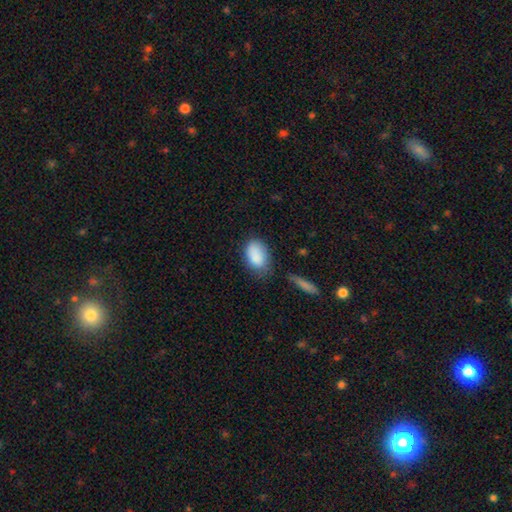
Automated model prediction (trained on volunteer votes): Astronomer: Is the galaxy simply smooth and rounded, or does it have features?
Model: smooth — 87%.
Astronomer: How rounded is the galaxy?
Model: in between — 88%.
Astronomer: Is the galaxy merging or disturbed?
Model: none — 62%.